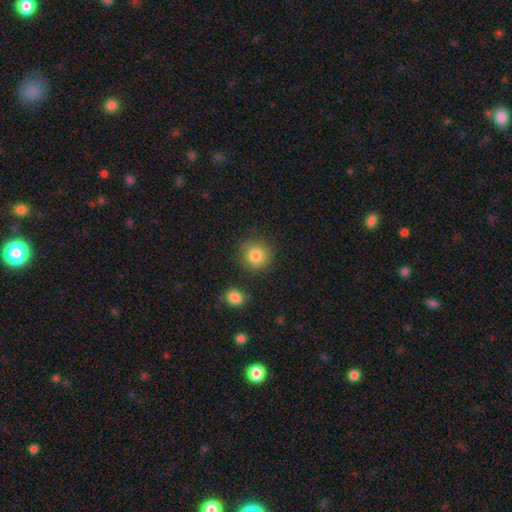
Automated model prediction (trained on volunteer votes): This appears to be a smooth galaxy with no disk features (84%) that is round (90%). Merging: none (80%).